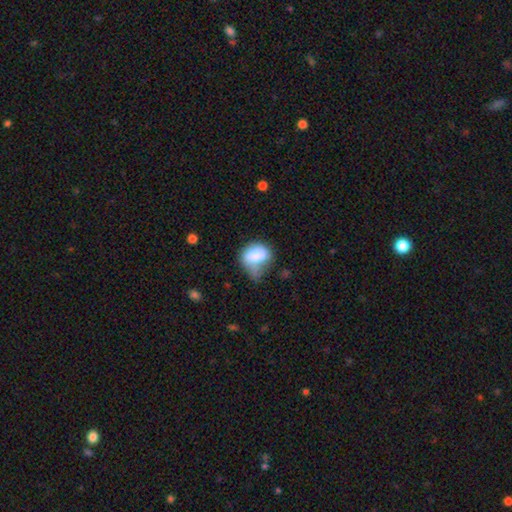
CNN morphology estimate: type=smooth (74%); roundness=in between (65%); merging=minor disturbance (37%).